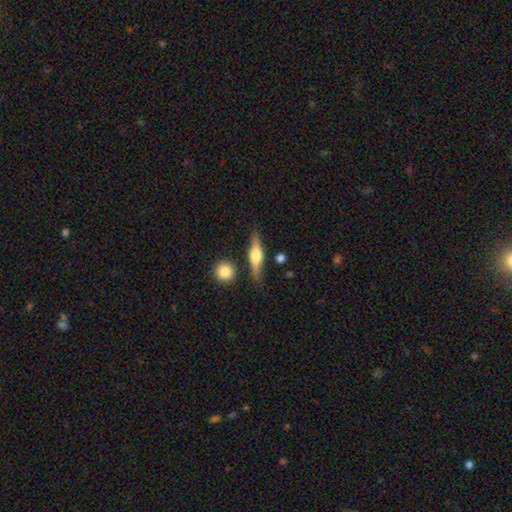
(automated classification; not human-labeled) Overall: featured or disk (58%; smooth 36%). Edge-on disk: yes (94%). Edge-on bulge: rounded (89%). Merging: none (81%).